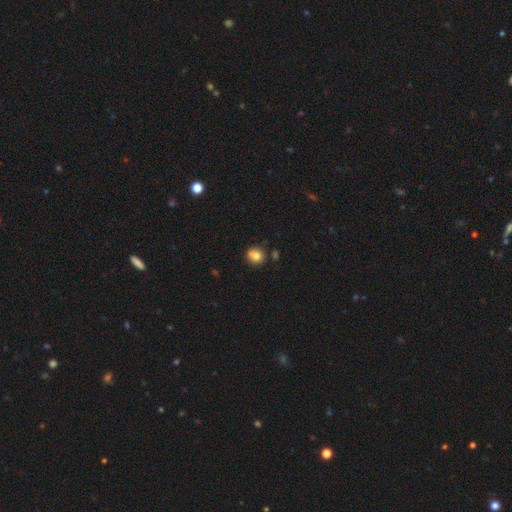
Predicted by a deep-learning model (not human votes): smooth-or-featured: smooth: 78% | featured or disk: 11% | star or artifact: 11%
  how-rounded: round: 82% | in between: 17% | cigar-shaped: 1%
  merging: none: 68% | minor disturbance: 17% | merger: 11% | major disturbance: 4%